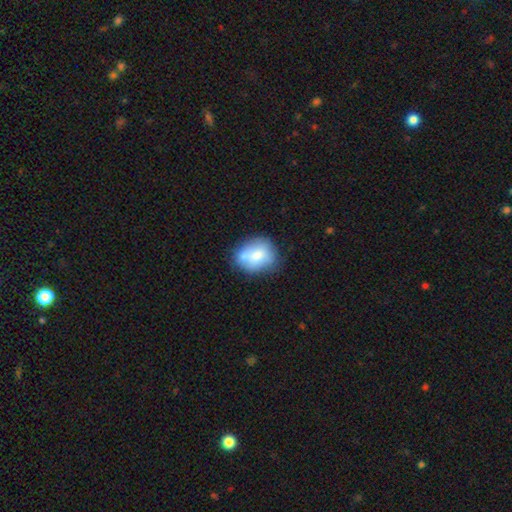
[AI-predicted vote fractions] This is likely a smooth galaxy (70%). How rounded: possibly round (52%). Merging: possibly none (50%).